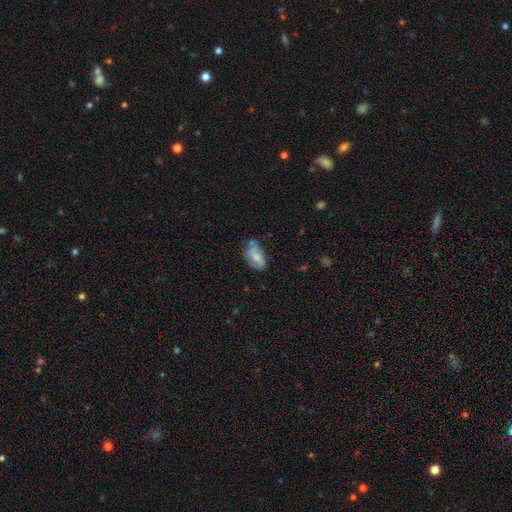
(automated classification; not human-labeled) smooth_or_featured: smooth (p=0.59) [alt: featured or disk p=0.34]
how_rounded: in between (p=0.91) [alt: round p=0.06]
merging: none (p=0.48) [alt: minor disturbance p=0.32]